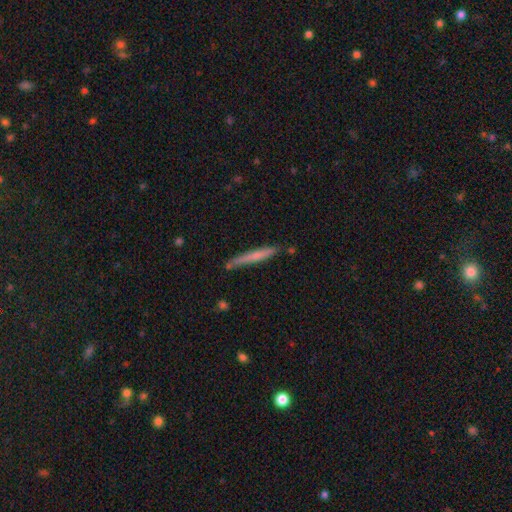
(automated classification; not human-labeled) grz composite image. It shows a smooth galaxy with no disk features (63%) that is cigar-shaped (96%). Merging: none (77%).